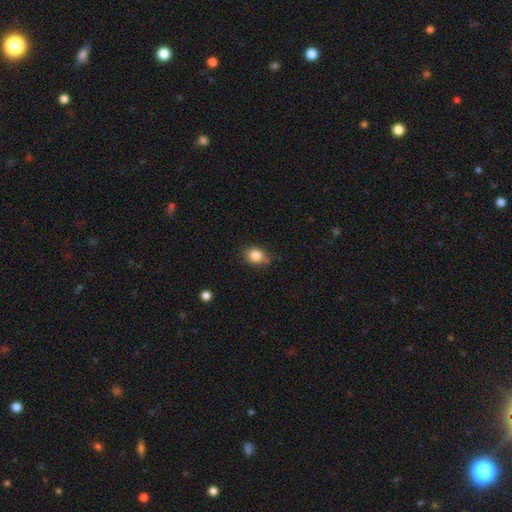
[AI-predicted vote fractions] Smooth or featured?
  - smooth: 84% *
  - star or artifact: 10%
  - featured or disk: 6%
How rounded?
  - in between: 55% *
  - round: 44%
  - cigar-shaped: 1%
Merging?
  - none: 72% *
  - minor disturbance: 22%
  - major disturbance: 4%
  - merger: 2%